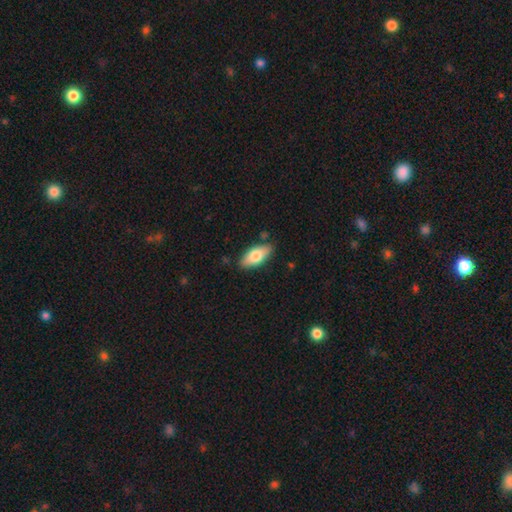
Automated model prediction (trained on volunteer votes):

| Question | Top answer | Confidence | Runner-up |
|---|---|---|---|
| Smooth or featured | smooth | 74% | featured or disk (20%) |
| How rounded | in between | 84% | cigar-shaped (13%) |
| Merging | none | 83% | minor disturbance (13%) |